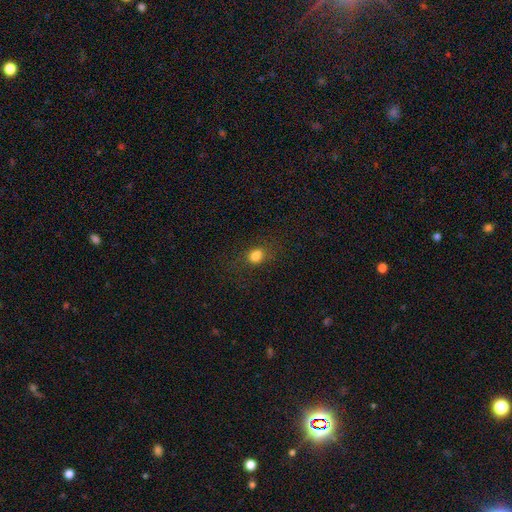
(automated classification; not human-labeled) Smooth or featured? smooth (79%)
How rounded? round (53%)
Merging? none (70%)